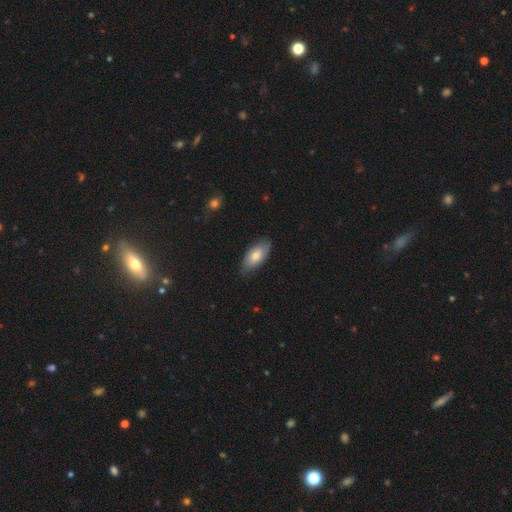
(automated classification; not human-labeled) Smooth or featured? smooth (71%)
How rounded? in between (90%)
Merging? none (77%)